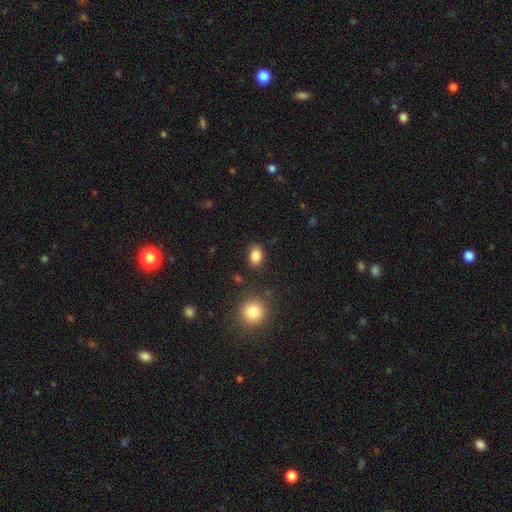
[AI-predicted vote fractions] smooth 85%, star or artifact 10%, featured or disk 5%. Down the decision tree: how rounded — in between (70%); merging — none (84%).